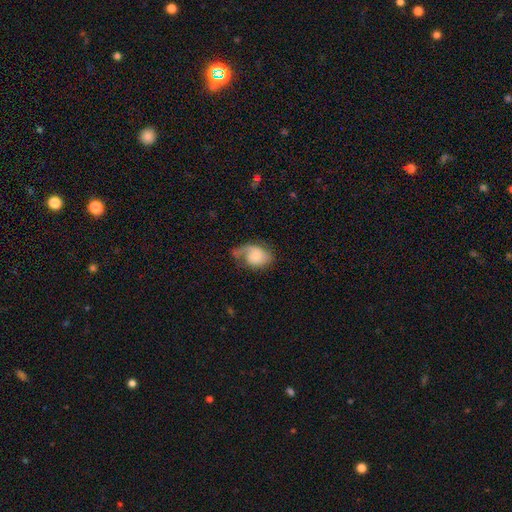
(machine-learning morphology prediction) Q: Smooth or featured?
A: smooth (47%); runner-up: featured or disk (46%)
Q: Merging?
A: none (34%); runner-up: major disturbance (33%)